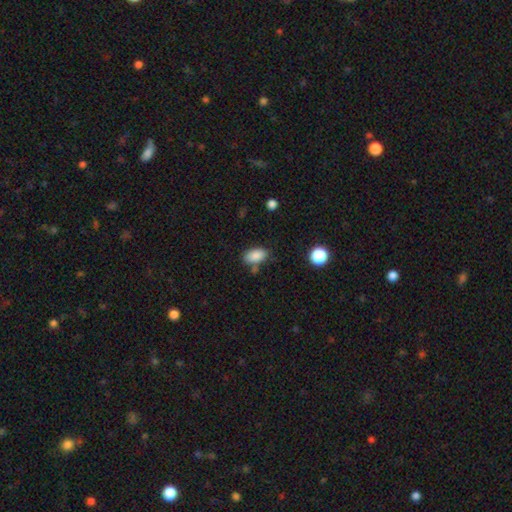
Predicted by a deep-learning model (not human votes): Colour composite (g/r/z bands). It shows a smooth galaxy with no disk features (86%) that is in between round and cigar-shaped (92%). Merging: none (70%).